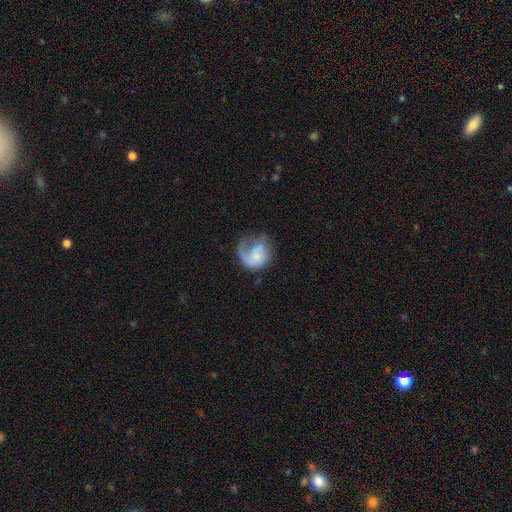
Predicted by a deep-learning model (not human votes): featured or disk 60%, smooth 34%, star or artifact 7%. Down the decision tree: edge-on disk — no (98%); bar — no (73%); spiral arms — yes (80%); bulge size — small (53%); merging — major disturbance (39%).